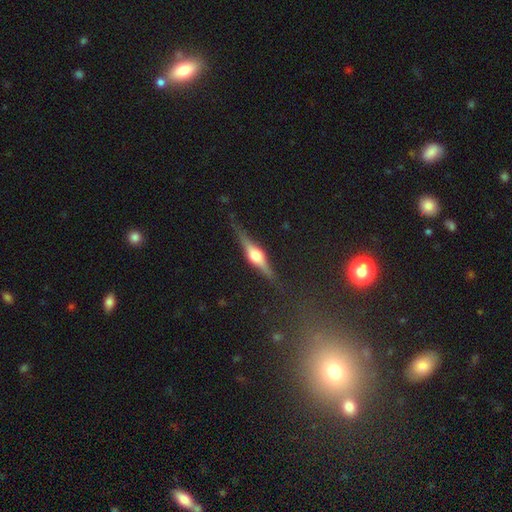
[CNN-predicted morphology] smooth_or_featured: featured or disk (p=0.78) [alt: smooth p=0.16]
disk_edge_on: yes (p=0.97) [alt: no p=0.03]
edge_on_bulge: rounded (p=0.91) [alt: boxy p=0.07]
merging: none (p=0.83) [alt: minor disturbance p=0.12]